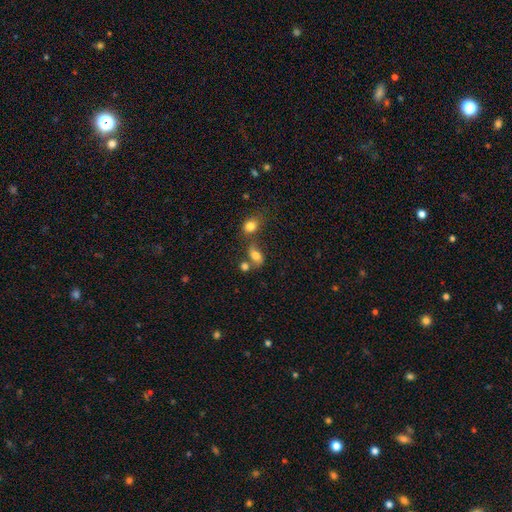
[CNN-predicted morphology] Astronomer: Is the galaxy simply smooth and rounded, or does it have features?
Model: smooth — 73%.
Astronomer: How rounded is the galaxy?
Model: in between — 77%.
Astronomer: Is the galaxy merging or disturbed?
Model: none — 47% (runner-up: merger, 30%).